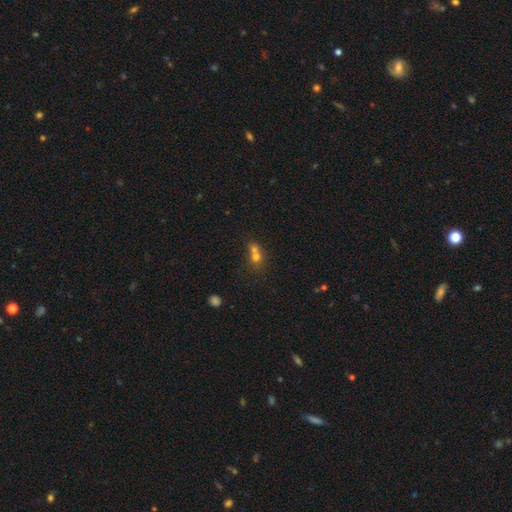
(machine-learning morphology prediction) A smooth galaxy with no disk features (65%) that is round (74%).

Vote fractions:
- Smooth or featured? smooth: 65% / star or artifact: 18% / featured or disk: 17%
- How rounded? round: 74% / in between: 24% / cigar-shaped: 1%
- Merging? merger: 61% / none: 30% / minor disturbance: 6% / major disturbance: 3%